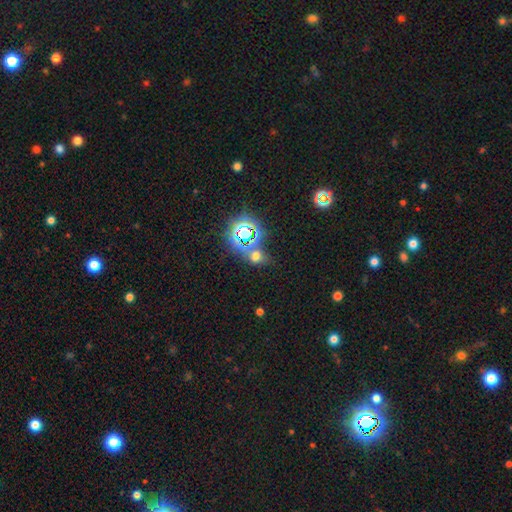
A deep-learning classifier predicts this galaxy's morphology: A star or artifact, not a galaxy (46%).